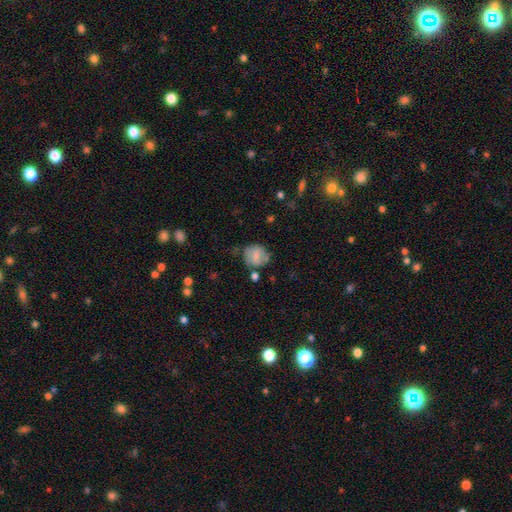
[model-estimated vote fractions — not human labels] A smooth galaxy with no disk features (65%) that is round (76%). Merging: none (56%).